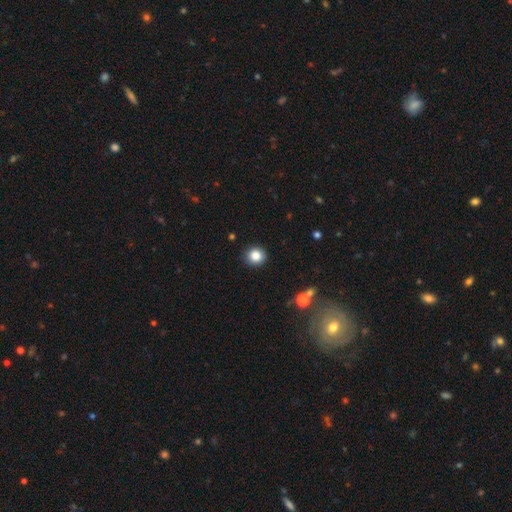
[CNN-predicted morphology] Q: Smooth or featured?
A: smooth (85%); runner-up: star or artifact (10%)
Q: How rounded?
A: round (89%); runner-up: in between (10%)
Q: Merging?
A: none (90%); runner-up: minor disturbance (6%)